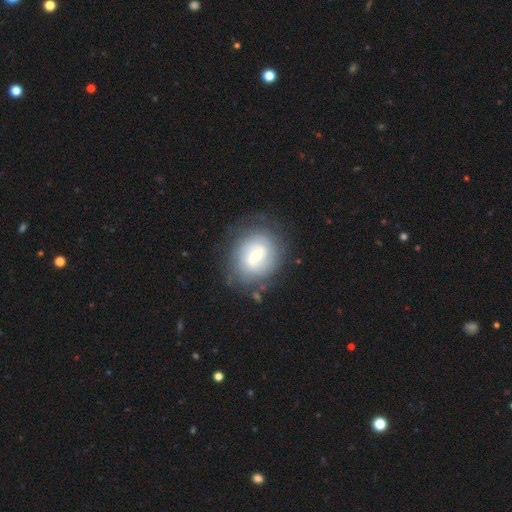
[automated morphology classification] Smooth or featured: featured or disk — 76% (smooth — 18%)
Edge-on disk: no — 97% (yes — 3%)
Bar: weak — 56% (no — 23%)
Spiral arms: yes — 87% (no — 13%)
Spiral winding: tight — 55% (medium — 31%)
Spiral arm count: 2 — 51% (can't tell — 31%)
Bulge size: moderate — 58% (small — 36%)
Merging: none — 77% (minor disturbance — 15%)